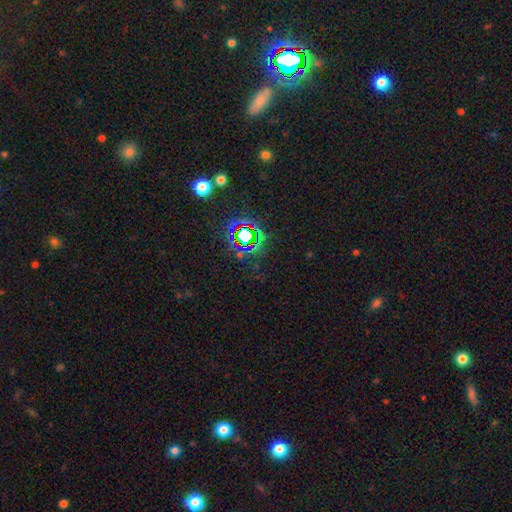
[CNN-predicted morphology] This appears to be a star or artifact, not a galaxy (72%).